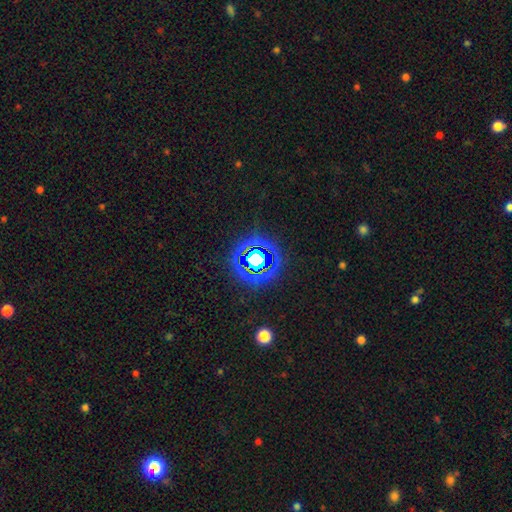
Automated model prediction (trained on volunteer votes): star or artifact 82%, smooth 11%, featured or disk 6%.